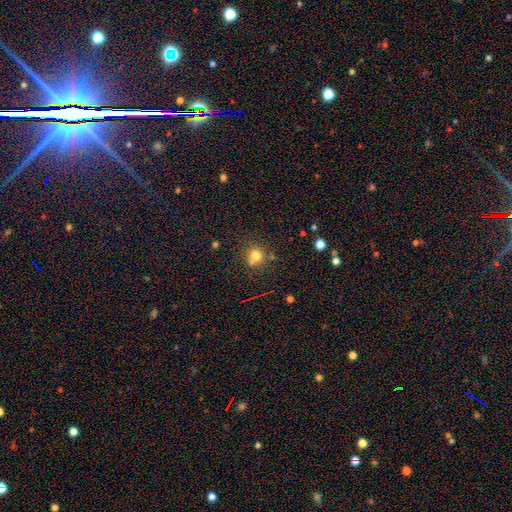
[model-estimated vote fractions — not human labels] The model was most divided on "merging": none: 66%, merger: 18%, minor disturbance: 12%, major disturbance: 4%. More confident: how rounded — round (87%); smooth or featured — smooth (73%).